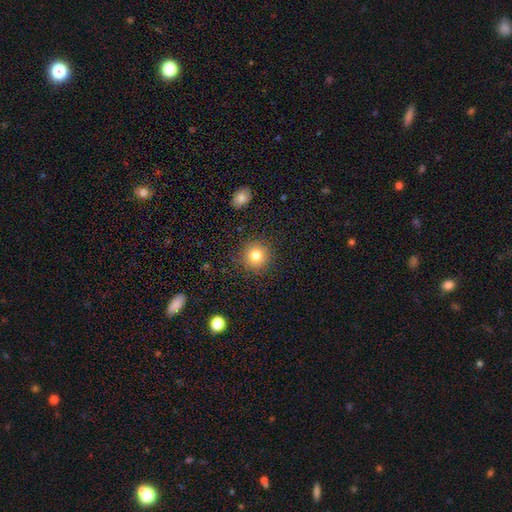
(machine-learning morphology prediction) type=smooth (81%); roundness=round (93%); merging=none (89%).